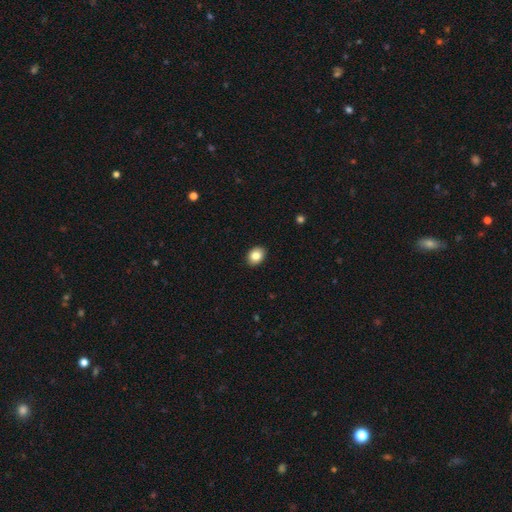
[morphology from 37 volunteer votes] smooth_or_featured: smooth (p=0.84) [alt: featured or disk p=0.11]
how_rounded: in between (p=0.74) [alt: round p=0.26]
merging: none (p=0.89) [alt: minor disturbance p=0.11]